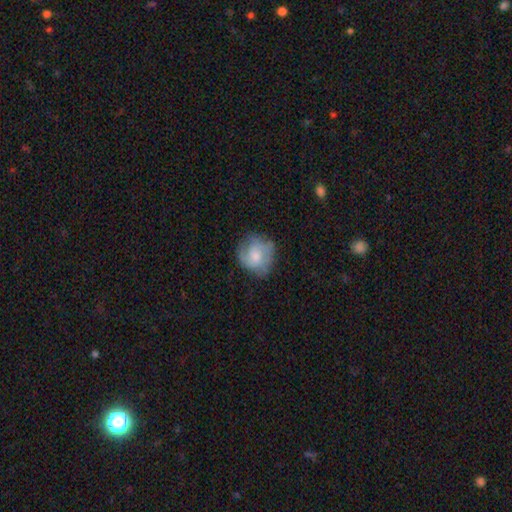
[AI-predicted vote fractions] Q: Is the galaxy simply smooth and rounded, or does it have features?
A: smooth — 54%.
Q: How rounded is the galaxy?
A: round — 81%.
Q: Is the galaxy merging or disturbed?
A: none — 65%.